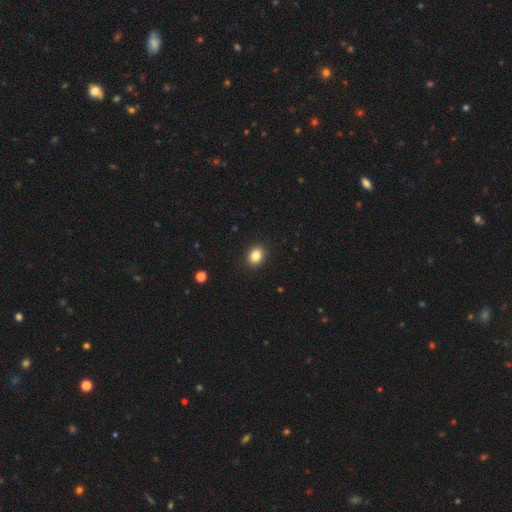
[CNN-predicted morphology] A smooth galaxy with no disk features (84%) that is in between round and cigar-shaped (57%). Merging: none (91%).